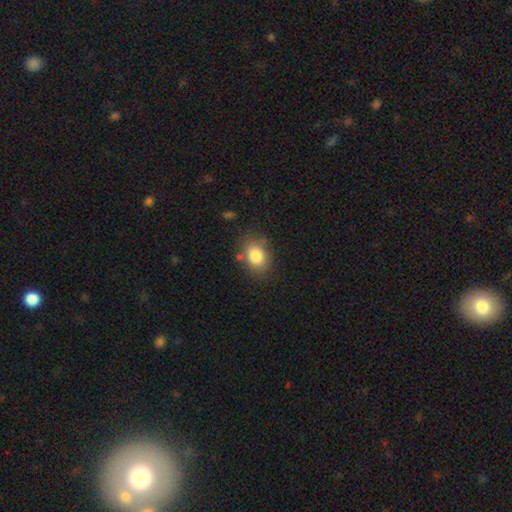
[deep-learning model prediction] smooth-or-featured: smooth: 83% | star or artifact: 9% | featured or disk: 9%
  how-rounded: in between: 64% | round: 35% | cigar-shaped: 1%
  merging: none: 76% | minor disturbance: 15% | major disturbance: 4% | merger: 4%